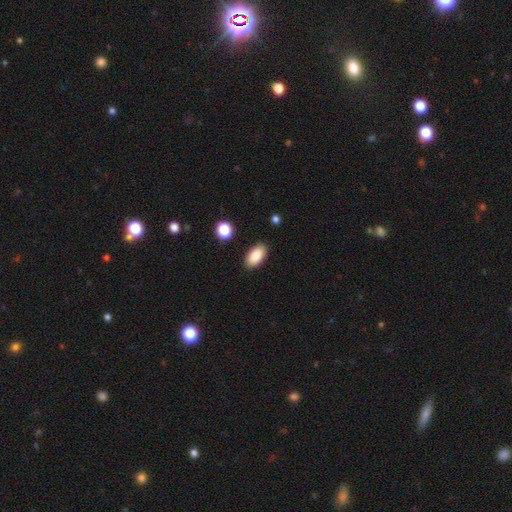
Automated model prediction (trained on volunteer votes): smooth_or_featured: smooth (p=0.87) [alt: star or artifact p=0.07]
how_rounded: in between (p=0.94) [alt: round p=0.03]
merging: none (p=0.89) [alt: minor disturbance p=0.08]